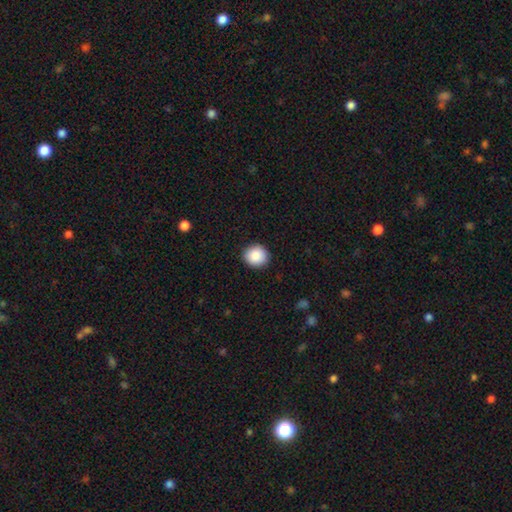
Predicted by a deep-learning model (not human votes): Smooth or featured? Predicted: smooth (p=0.89). How rounded? Predicted: round (p=0.87). Merging? Predicted: none (p=0.91).